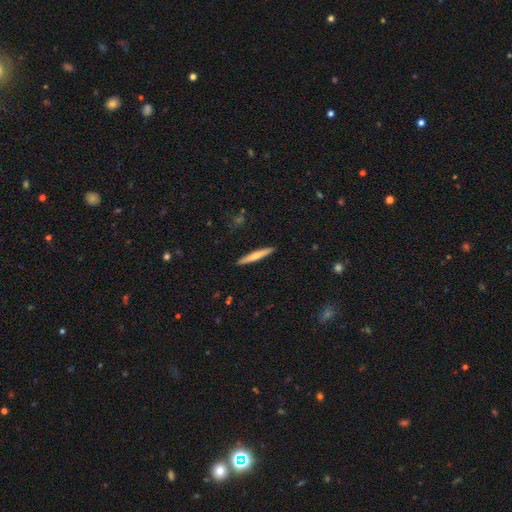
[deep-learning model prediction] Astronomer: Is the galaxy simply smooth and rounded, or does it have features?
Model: smooth — 61%.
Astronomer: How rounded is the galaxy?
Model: cigar-shaped — 95%.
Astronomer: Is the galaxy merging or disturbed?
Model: none — 91%.